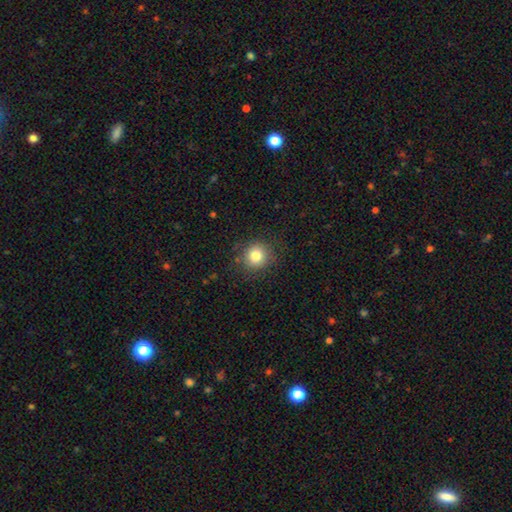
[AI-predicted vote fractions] A smooth galaxy with no disk features (80%) that is round (89%). Merging: none (86%).